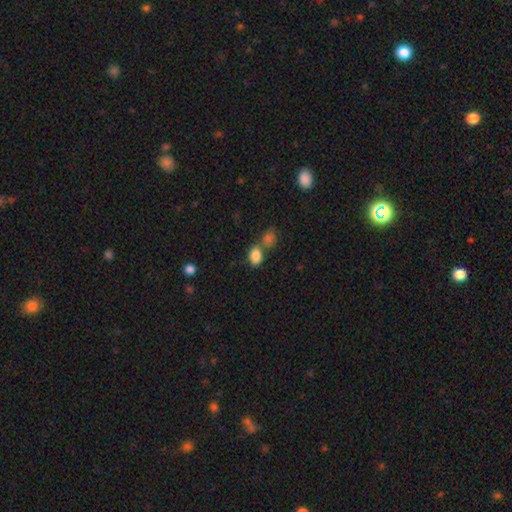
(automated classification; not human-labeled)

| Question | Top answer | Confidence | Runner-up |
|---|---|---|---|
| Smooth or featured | smooth | 85% | star or artifact (9%) |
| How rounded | in between | 79% | round (20%) |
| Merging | none | 49% | merger (34%) |